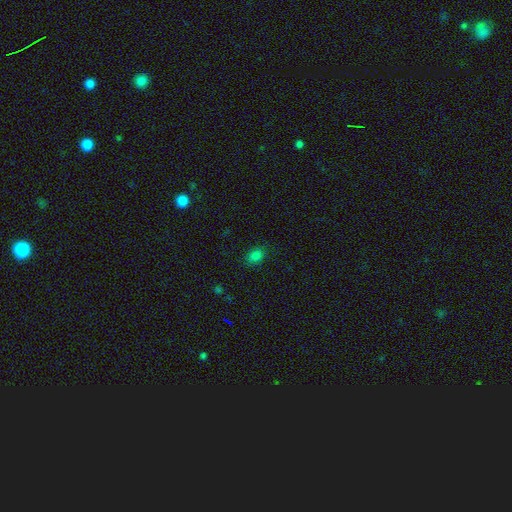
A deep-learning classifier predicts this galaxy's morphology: smooth-or-featured: smooth: 81% | star or artifact: 15% | featured or disk: 4%
  how-rounded: in between: 72% | round: 27% | cigar-shaped: 1%
  merging: none: 83% | minor disturbance: 13% | major disturbance: 3% | merger: 1%